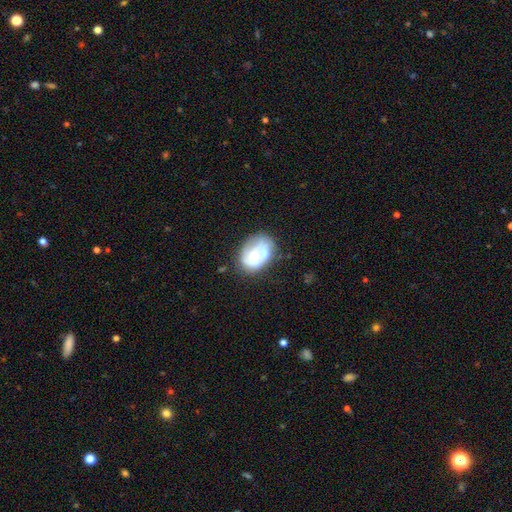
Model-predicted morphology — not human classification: This appears to be a featured or disk galaxy (52%) with no bar (84%), no spiral arms (59%) and a moderate central bulge (54%). Merging: none (45%).